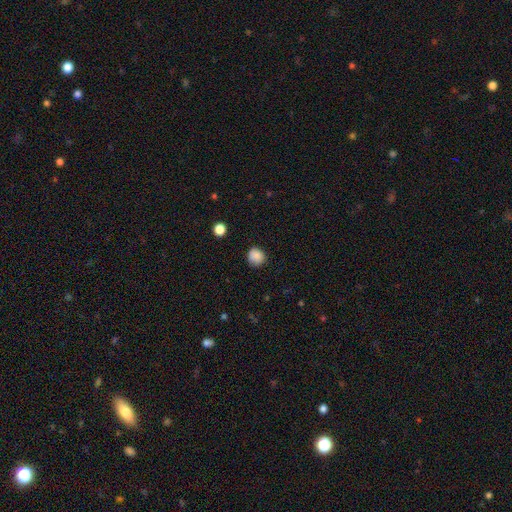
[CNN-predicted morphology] Smooth or featured?
  - smooth: 86% *
  - star or artifact: 10%
  - featured or disk: 4%
How rounded?
  - round: 88% *
  - in between: 11%
  - cigar-shaped: 1%
Merging?
  - none: 83% *
  - minor disturbance: 13%
  - major disturbance: 3%
  - merger: 1%